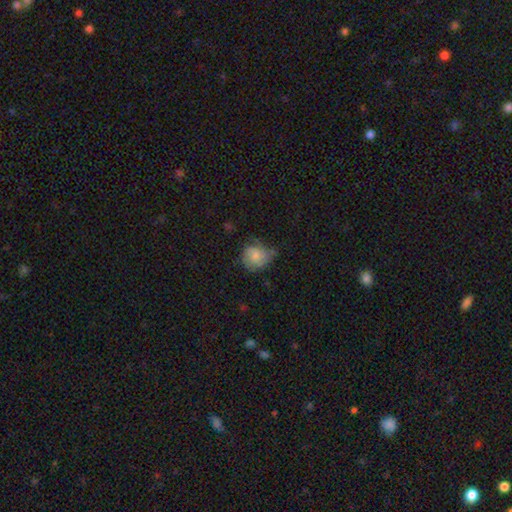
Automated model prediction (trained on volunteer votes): smooth 68%, featured or disk 24%, star or artifact 8%. Down the decision tree: how rounded — round (74%); merging — none (42%).